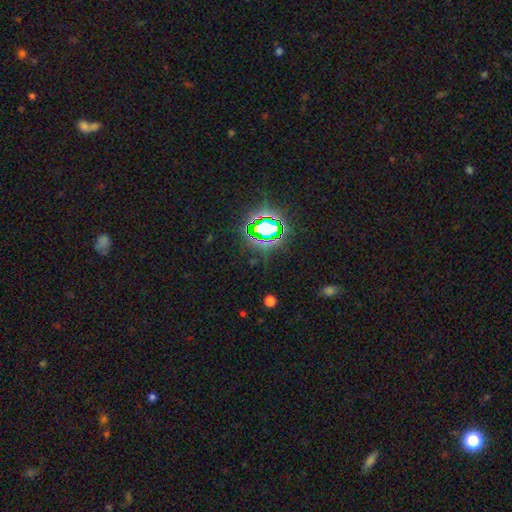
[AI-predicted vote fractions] Smooth or featured? star or artifact (79%)